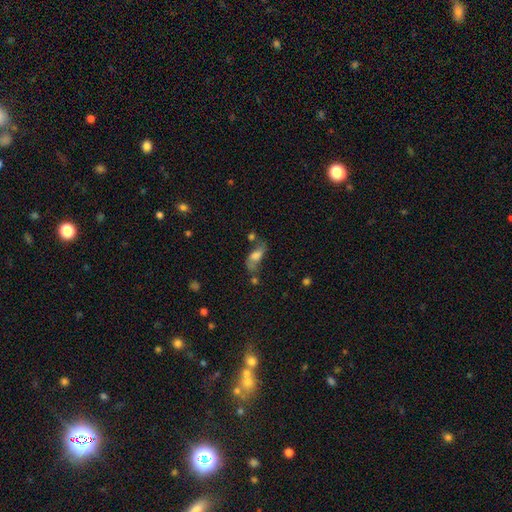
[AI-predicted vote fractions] Overall: smooth (50%; featured or disk 39%). Merging: none (37%; minor disturbance 22%).